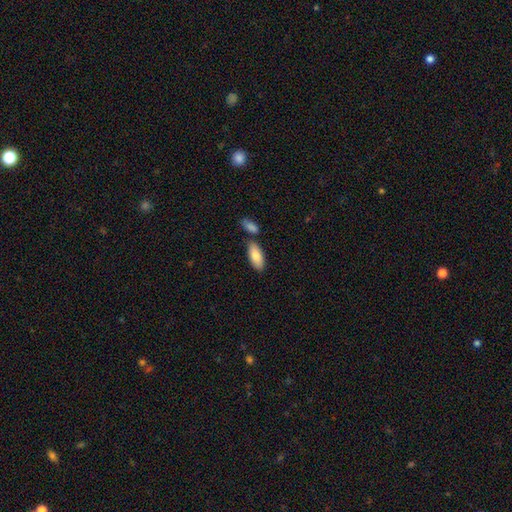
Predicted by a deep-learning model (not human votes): Smooth or featured? Predicted: smooth (p=0.83). How rounded? Predicted: in between (p=0.87). Merging? Predicted: none (p=0.71).